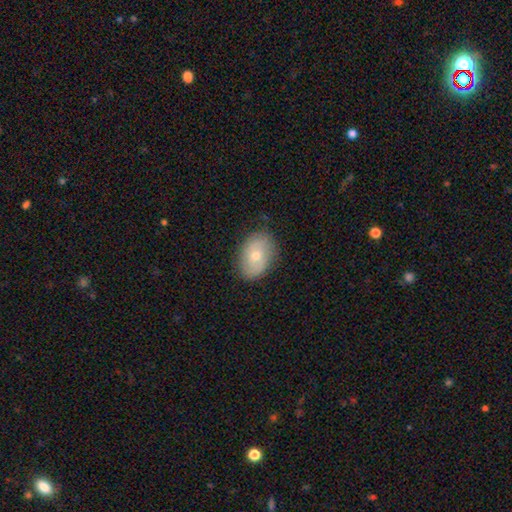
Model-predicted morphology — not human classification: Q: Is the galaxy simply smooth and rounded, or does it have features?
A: smooth — 59%.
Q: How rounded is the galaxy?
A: in between — 82%.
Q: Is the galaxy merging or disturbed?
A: none — 81%.